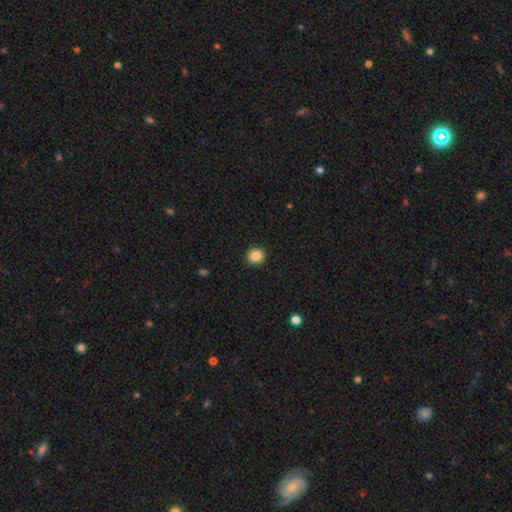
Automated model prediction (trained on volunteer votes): This is clearly a smooth galaxy (86%). How rounded: clearly round (86%). Merging: clearly none (92%).